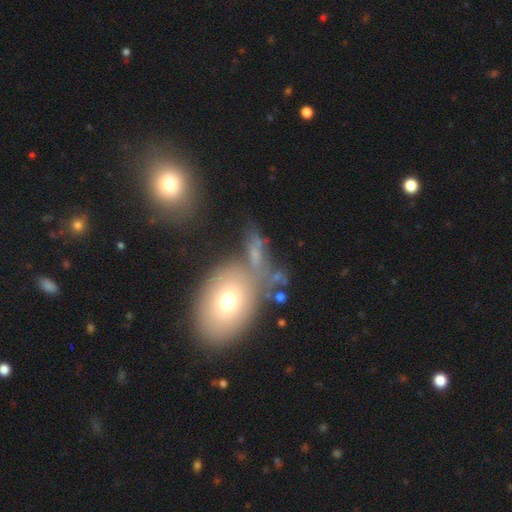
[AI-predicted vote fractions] smooth 52%, featured or disk 29%, star or artifact 19%. Down the decision tree: how rounded — in between (66%); merging — none (46%).